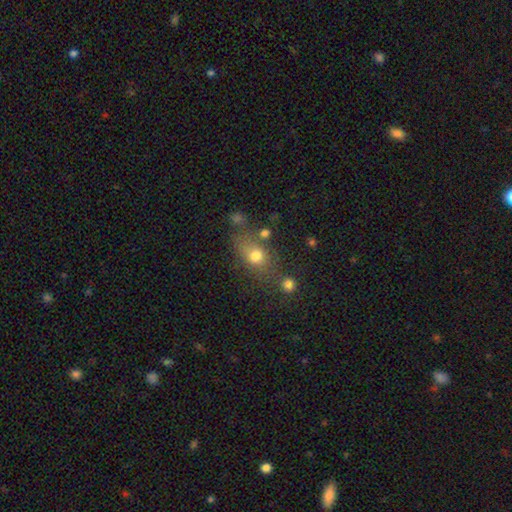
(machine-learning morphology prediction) Smooth or featured? smooth (71%)
How rounded? in between (58%)
Merging? none (55%)